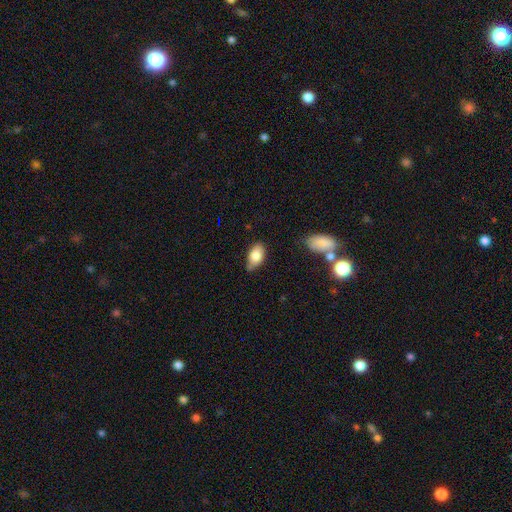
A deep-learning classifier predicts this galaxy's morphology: The model was most divided on "merging": none: 63%, minor disturbance: 29%, major disturbance: 5%, merger: 4%. More confident: how rounded — in between (91%); smooth or featured — smooth (81%).